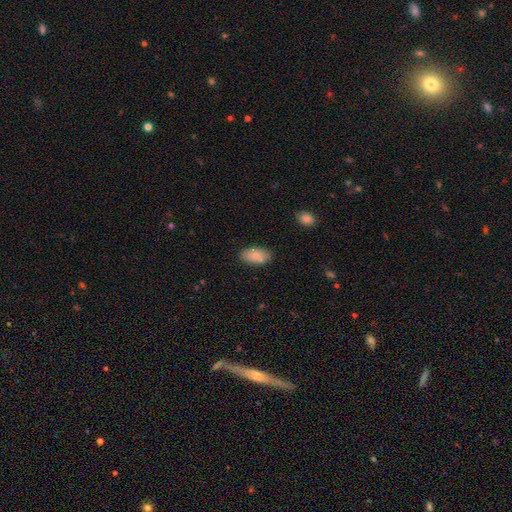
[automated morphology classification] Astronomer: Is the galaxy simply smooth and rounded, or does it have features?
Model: smooth — 81%.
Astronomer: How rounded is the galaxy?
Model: in between — 93%.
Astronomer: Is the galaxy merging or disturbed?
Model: none — 76%.